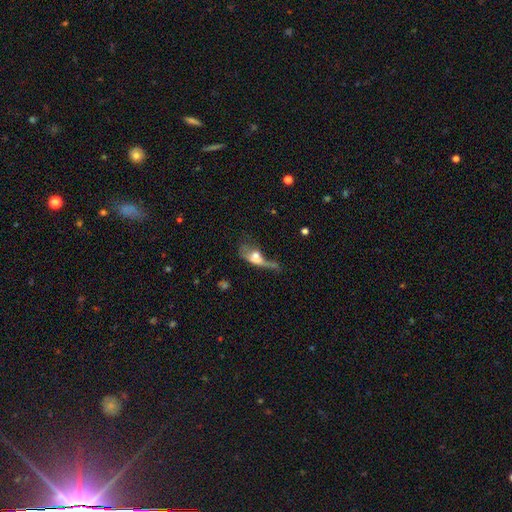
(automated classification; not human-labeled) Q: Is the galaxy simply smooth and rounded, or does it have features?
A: smooth — 51%.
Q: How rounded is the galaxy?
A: in between — 64%.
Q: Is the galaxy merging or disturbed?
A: major disturbance — 49%.